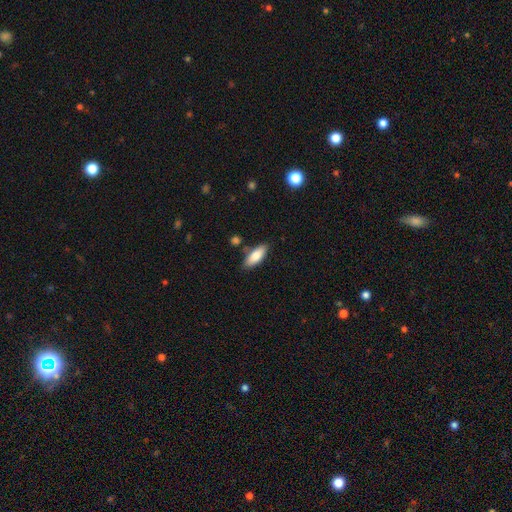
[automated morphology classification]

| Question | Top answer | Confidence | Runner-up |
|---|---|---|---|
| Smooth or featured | smooth | 80% | featured or disk (14%) |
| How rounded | in between | 75% | cigar-shaped (23%) |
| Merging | none | 80% | minor disturbance (12%) |